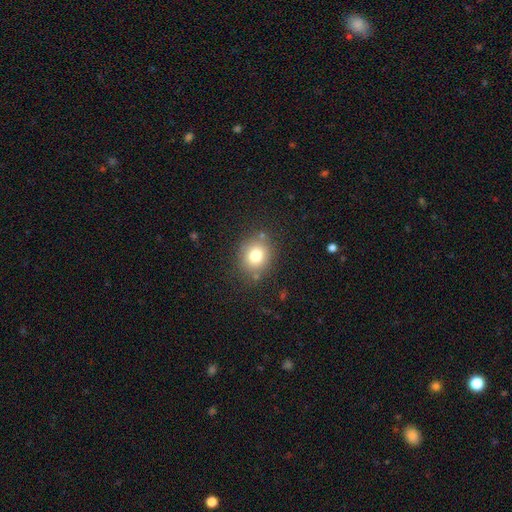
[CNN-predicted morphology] A smooth galaxy with no disk features (77%) that is round (72%).

Vote fractions:
- Smooth or featured? smooth: 77% / star or artifact: 12% / featured or disk: 10%
- How rounded? round: 72% / in between: 27% / cigar-shaped: 1%
- Merging? none: 80% / minor disturbance: 11% / major disturbance: 4% / merger: 4%